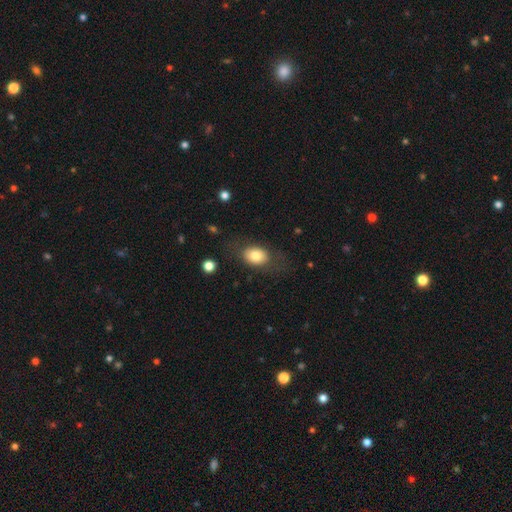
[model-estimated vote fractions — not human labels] Overall: smooth (76%). How rounded: in between (75%). Merging: none (70%).